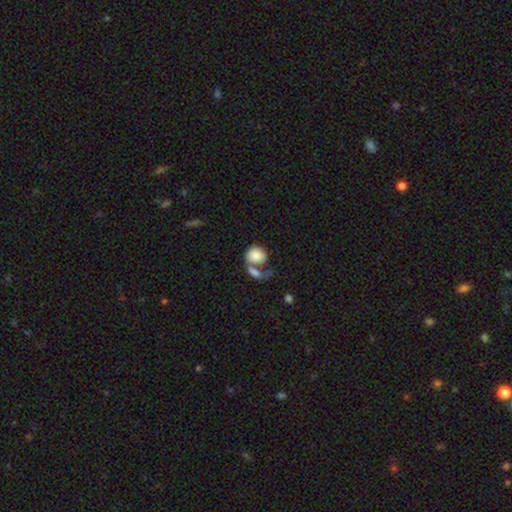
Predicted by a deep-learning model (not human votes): Q: Smooth or featured?
A: smooth (81%); runner-up: featured or disk (12%)
Q: How rounded?
A: round (61%); runner-up: in between (38%)
Q: Merging?
A: merger (50%); runner-up: none (26%)